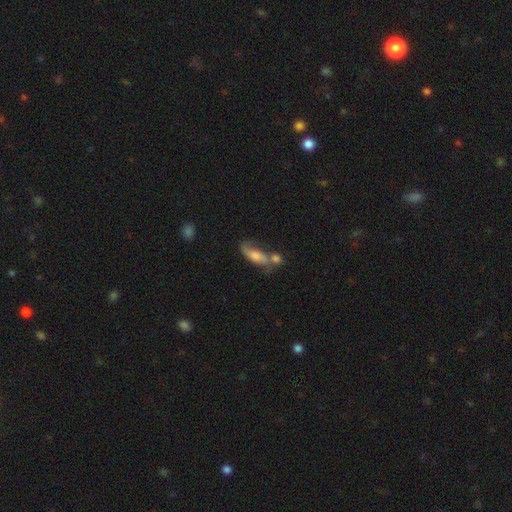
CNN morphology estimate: A smooth galaxy with no disk features (48%).

Vote fractions:
- Smooth or featured? smooth: 48% / featured or disk: 44% / star or artifact: 8%
- Merging? merger: 35% (tied) / none: 35% (tied) / minor disturbance: 18% / major disturbance: 12%